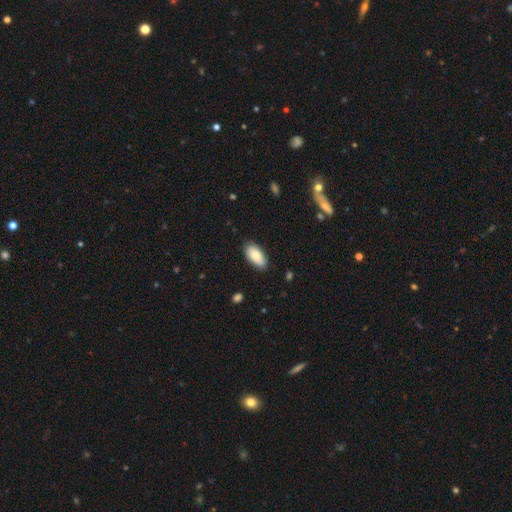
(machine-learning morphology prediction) smooth-or-featured: smooth: 81% | featured or disk: 13% | star or artifact: 6%
  how-rounded: in between: 92% | cigar-shaped: 5% | round: 2%
  merging: none: 83% | minor disturbance: 13% | major disturbance: 2% | merger: 1%